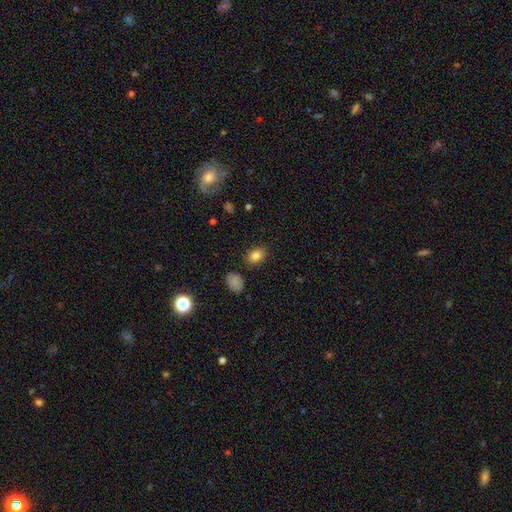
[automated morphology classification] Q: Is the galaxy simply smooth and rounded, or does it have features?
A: smooth — 83%.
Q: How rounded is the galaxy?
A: in between — 65%.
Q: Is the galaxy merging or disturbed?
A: none — 85%.